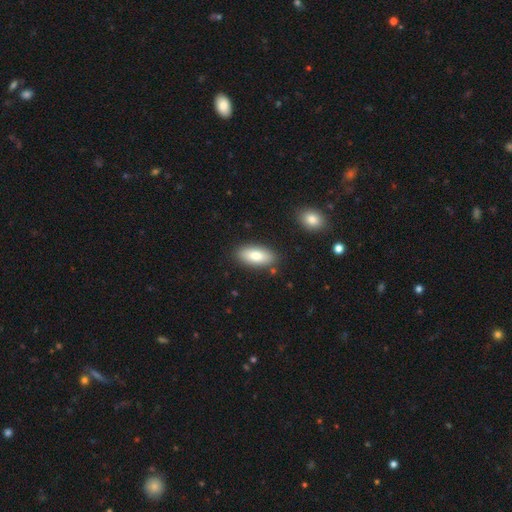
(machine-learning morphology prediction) This is clearly a smooth galaxy (80%). How rounded: clearly in between (86%). Merging: clearly none (85%).